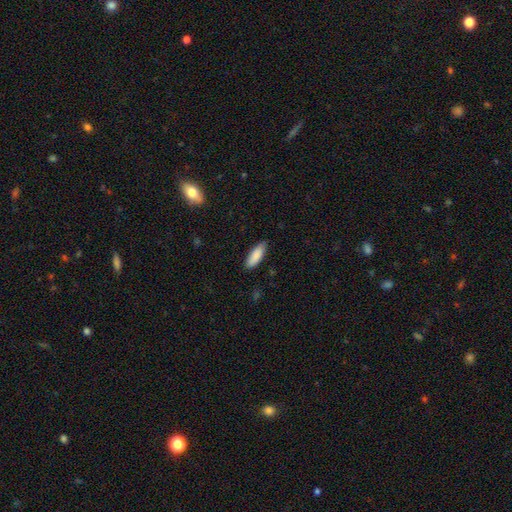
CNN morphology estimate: type=smooth (88%); roundness=in between (65%); merging=none (84%).